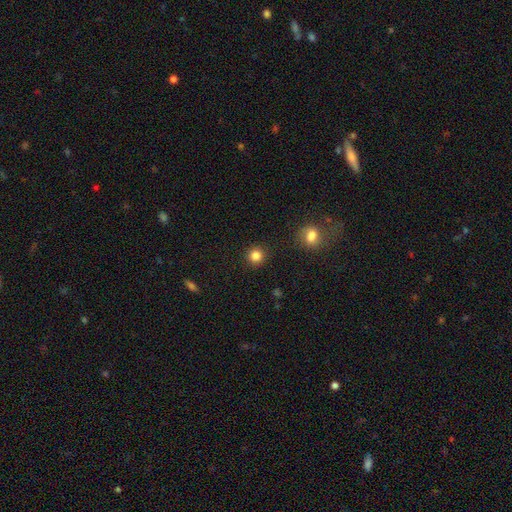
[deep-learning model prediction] The model was most divided on "smooth or featured": smooth: 84%, star or artifact: 12%, featured or disk: 4%. More confident: how rounded — round (93%); merging — none (90%).